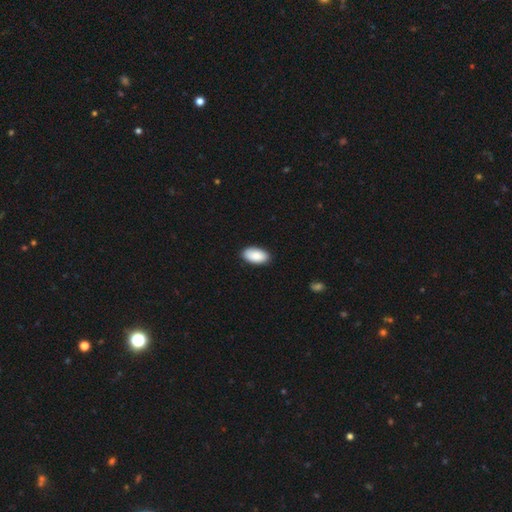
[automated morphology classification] A smooth galaxy with no disk features (90%) that is in between round and cigar-shaped (95%).

Vote fractions:
- Smooth or featured? smooth: 90% / star or artifact: 6% / featured or disk: 4%
- How rounded? in between: 95% / round: 2% / cigar-shaped: 2%
- Merging? none: 89% / minor disturbance: 9% / major disturbance: 2% / merger: 1%